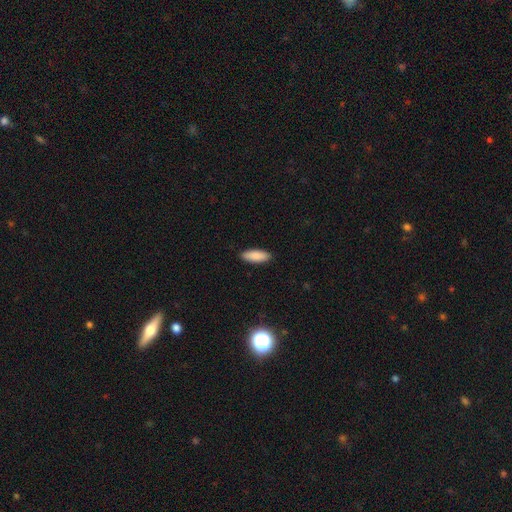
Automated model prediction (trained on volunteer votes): Smooth or featured?
  - smooth: 88% *
  - star or artifact: 6%
  - featured or disk: 6%
How rounded?
  - in between: 71% *
  - cigar-shaped: 27%
  - round: 2%
Merging?
  - none: 90% *
  - minor disturbance: 7%
  - major disturbance: 2%
  - merger: 1%